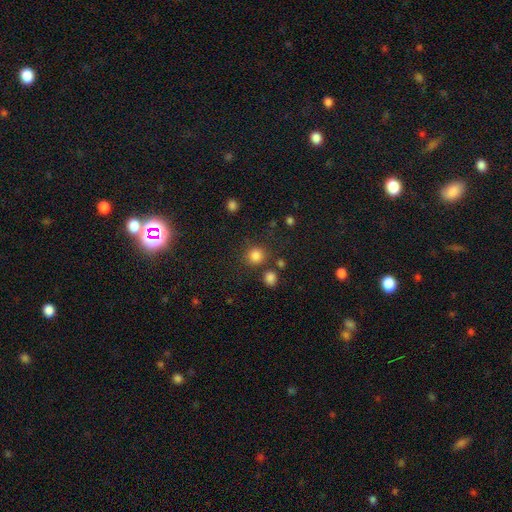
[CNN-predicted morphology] smooth-or-featured: smooth: 83% | star or artifact: 13% | featured or disk: 4%
  how-rounded: round: 91% | in between: 8% | cigar-shaped: 1%
  merging: none: 79% | minor disturbance: 9% | merger: 9% | major disturbance: 4%